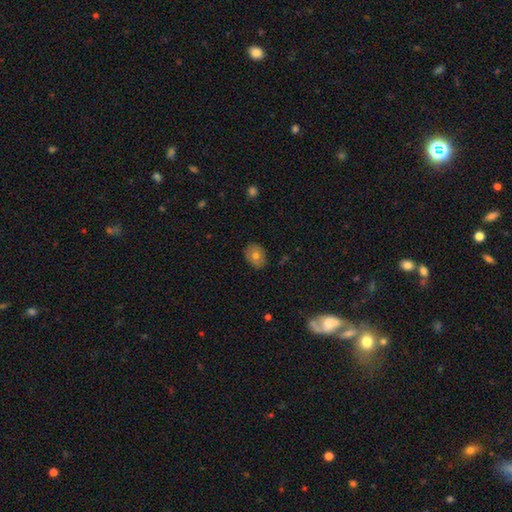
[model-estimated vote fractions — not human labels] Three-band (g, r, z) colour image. It shows a smooth galaxy with no disk features (72%) that is in between round and cigar-shaped (66%). Merging: none (83%).